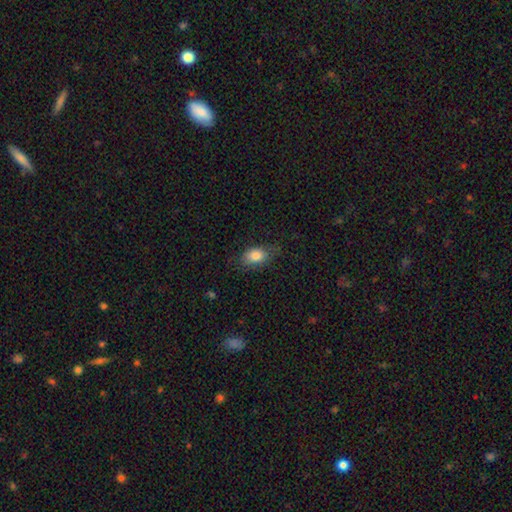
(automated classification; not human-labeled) smooth-or-featured: smooth: 81% | featured or disk: 11% | star or artifact: 8%
  how-rounded: in between: 84% | round: 13% | cigar-shaped: 3%
  merging: none: 68% | minor disturbance: 23% | major disturbance: 8% | merger: 1%